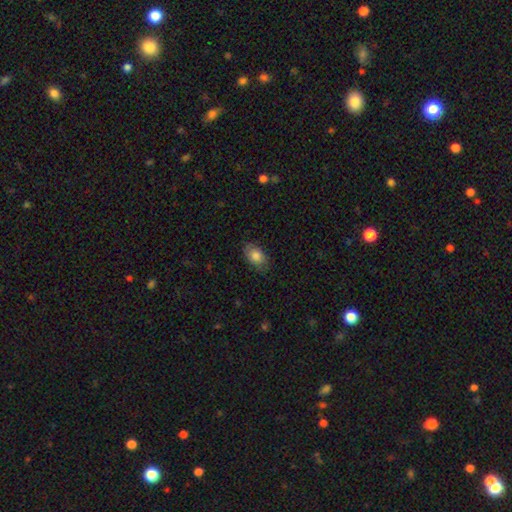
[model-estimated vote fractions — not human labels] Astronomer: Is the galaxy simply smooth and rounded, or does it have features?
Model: smooth — 80%.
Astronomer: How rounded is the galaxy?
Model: in between — 88%.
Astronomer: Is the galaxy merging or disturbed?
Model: none — 76%.